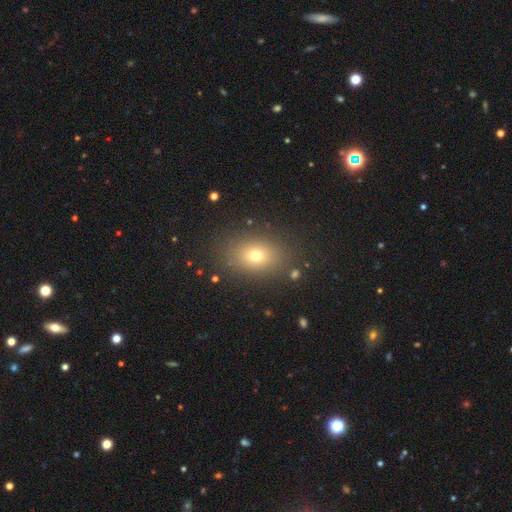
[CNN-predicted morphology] Smooth or featured? smooth (71%)
How rounded? in between (70%)
Merging? none (85%)